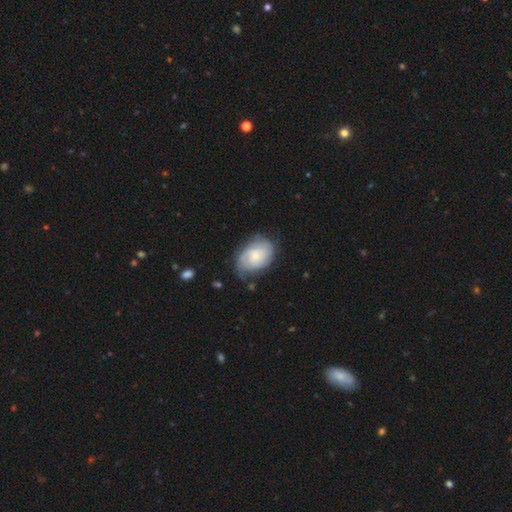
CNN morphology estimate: type=featured or disk (60%); edge-on=no (97%); bar=no (69%); spiral arms=yes (88%); winding=tight (52%); arm count=2 (41%); bulge=small (65%); merging=none (66%).